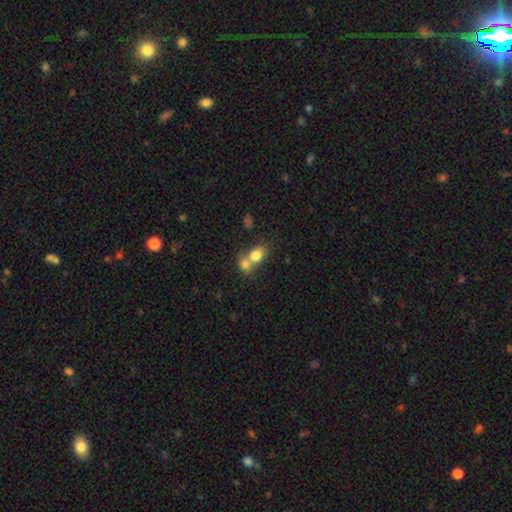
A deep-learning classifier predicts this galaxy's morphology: A smooth galaxy with no disk features (79%) that is in between round and cigar-shaped (66%). Merging: merger (61%).